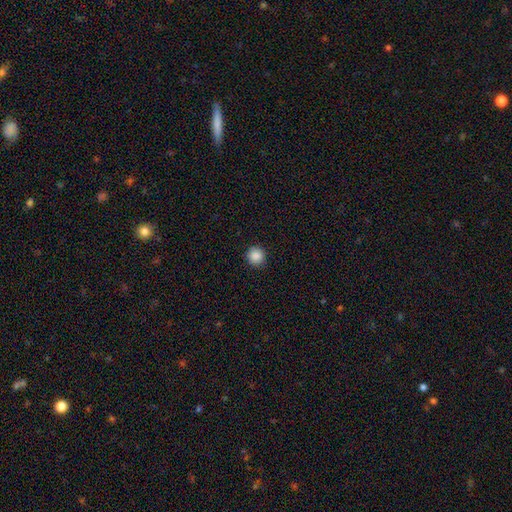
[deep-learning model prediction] smooth 88%, star or artifact 9%, featured or disk 3%. Down the decision tree: how rounded — round (94%); merging — none (91%).